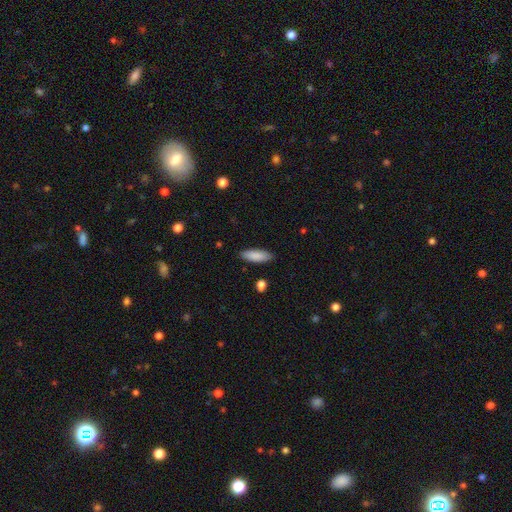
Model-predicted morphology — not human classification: This is clearly a smooth galaxy (88%). How rounded: likely in between (64%). Merging: clearly none (88%).